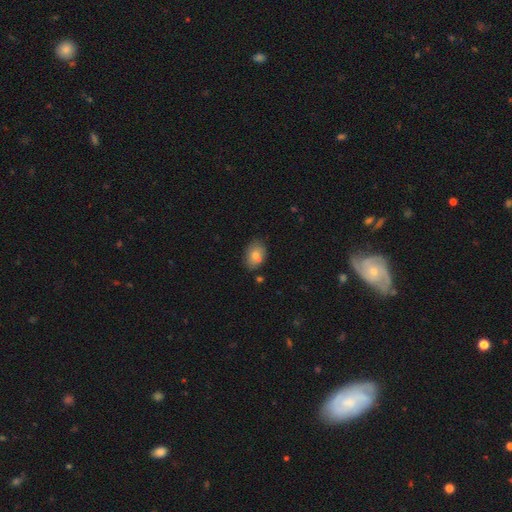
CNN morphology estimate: type=smooth (79%); roundness=in between (82%); merging=none (74%).